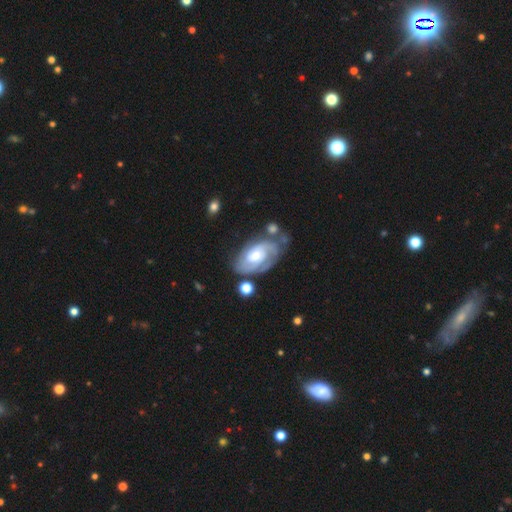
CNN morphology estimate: featured or disk 78%, smooth 17%, star or artifact 5%. Down the decision tree: edge-on disk — no (95%); bar — no (61%); spiral arms — yes (91%); spiral arm count — 2 (48%); spiral winding — tight (61%); bulge size — moderate (60%); merging — none (57%).